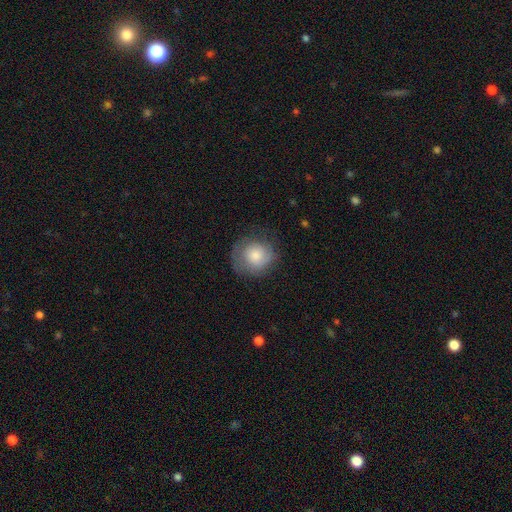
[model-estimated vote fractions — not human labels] Q: Smooth or featured?
A: smooth (68%); runner-up: featured or disk (25%)
Q: How rounded?
A: round (88%); runner-up: in between (11%)
Q: Merging?
A: none (68%); runner-up: minor disturbance (20%)